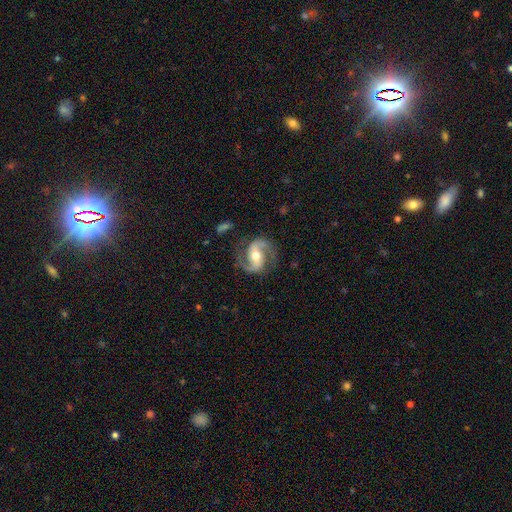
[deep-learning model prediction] A featured or disk galaxy (91%) with a weak bar (37%), 2 (94%) medium (57%) spiral arms (98%) and a moderate central bulge (70%). Merging: none (82%).